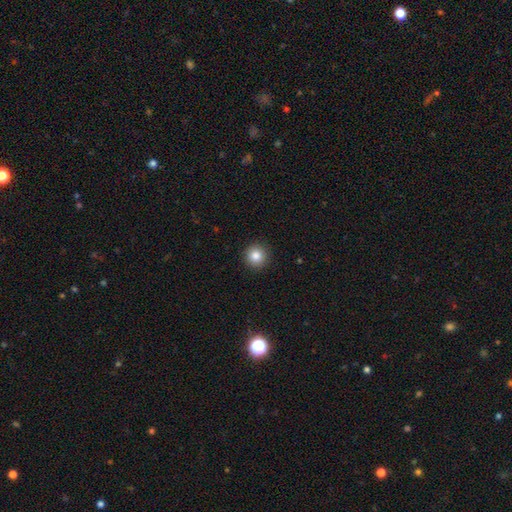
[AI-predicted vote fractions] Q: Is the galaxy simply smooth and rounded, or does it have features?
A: smooth — 85%.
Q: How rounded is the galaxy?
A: round — 95%.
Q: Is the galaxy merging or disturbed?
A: none — 92%.